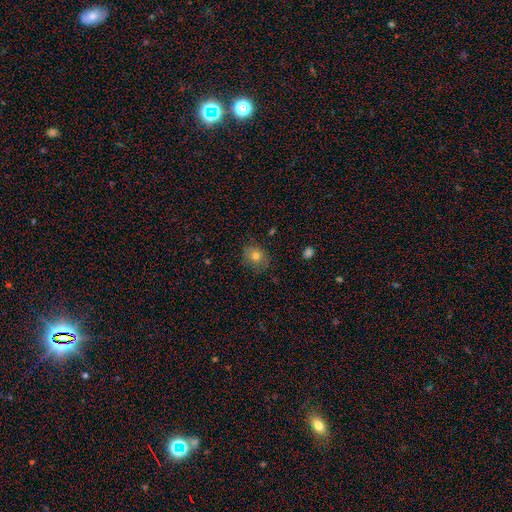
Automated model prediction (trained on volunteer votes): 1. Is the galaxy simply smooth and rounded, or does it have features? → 76% smooth, 12% featured or disk, 12% star or artifact.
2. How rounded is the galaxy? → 65% round, 34% in between, 1% cigar-shaped.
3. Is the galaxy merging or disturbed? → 78% none, 17% minor disturbance, 4% major disturbance, 1% merger.